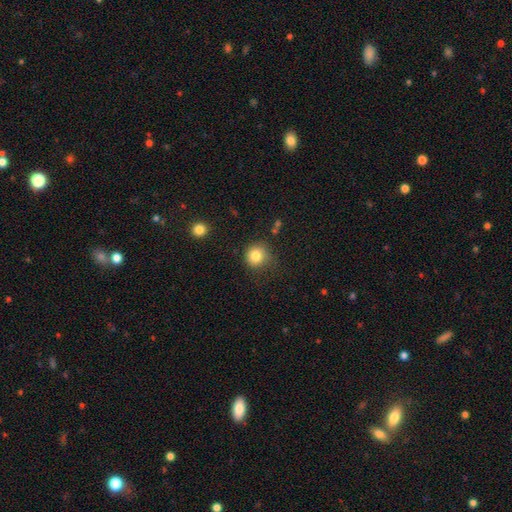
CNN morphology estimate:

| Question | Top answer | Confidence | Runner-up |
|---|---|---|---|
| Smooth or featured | smooth | 82% | star or artifact (11%) |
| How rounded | round | 90% | in between (9%) |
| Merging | none | 73% | minor disturbance (18%) |